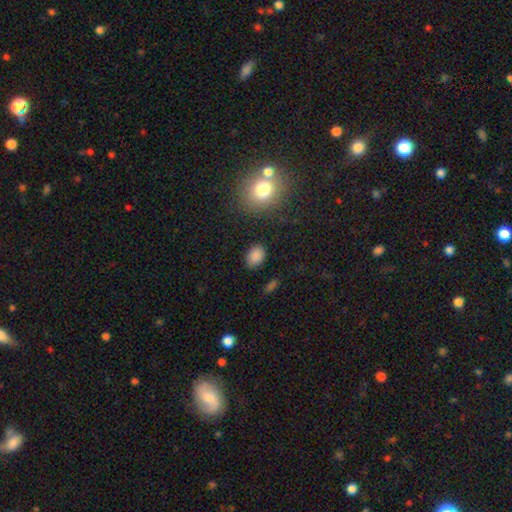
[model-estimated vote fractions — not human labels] Smooth or featured?
  - smooth: 86% *
  - star or artifact: 10%
  - featured or disk: 4%
How rounded?
  - in between: 74% *
  - round: 25%
  - cigar-shaped: 1%
Merging?
  - none: 85% *
  - minor disturbance: 10%
  - major disturbance: 3%
  - merger: 2%